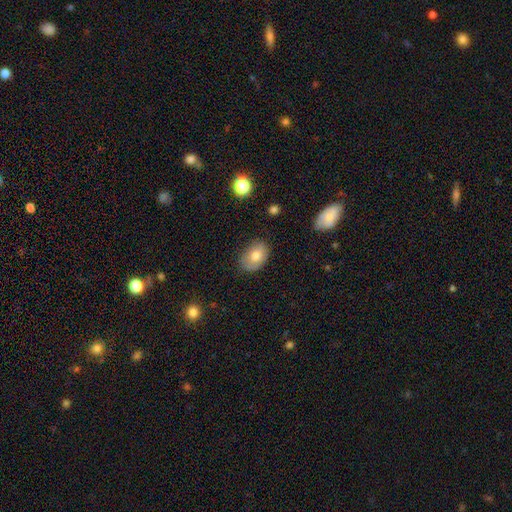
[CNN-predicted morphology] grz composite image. It shows a smooth galaxy with no disk features (74%) that is in between round and cigar-shaped (83%). Merging: none (73%).